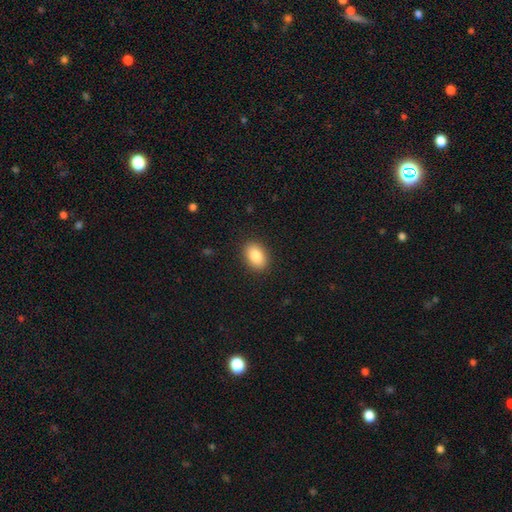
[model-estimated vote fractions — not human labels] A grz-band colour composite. It shows a smooth galaxy with no disk features (86%) that is in between round and cigar-shaped (85%). Merging: none (89%).